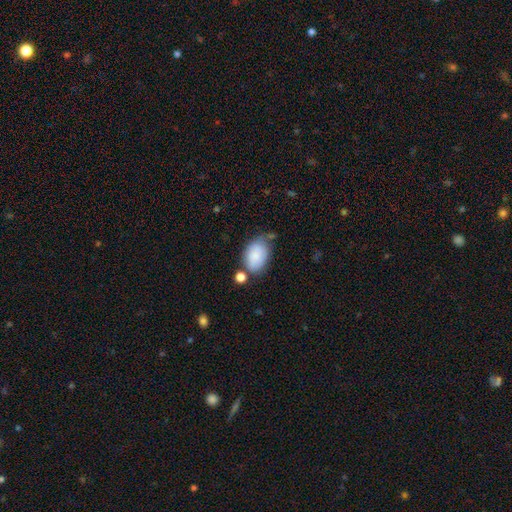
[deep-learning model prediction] A smooth galaxy with no disk features (80%) that is in between round and cigar-shaped (86%).

Vote fractions:
- Smooth or featured? smooth: 80% / featured or disk: 12% / star or artifact: 7%
- How rounded? in between: 86% / round: 13% / cigar-shaped: 1%
- Merging? none: 48% / minor disturbance: 29% / merger: 13% / major disturbance: 10%